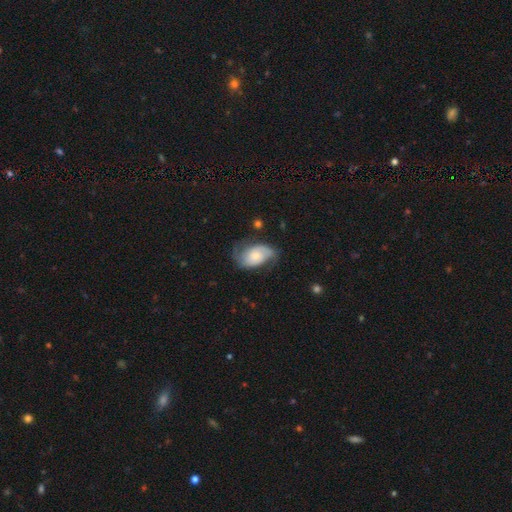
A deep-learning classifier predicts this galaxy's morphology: Smooth or featured: featured or disk — 64% (smooth — 30%)
Edge-on disk: no — 96% (yes — 4%)
Bar: no — 73% (weak — 22%)
Spiral arms: yes — 88% (no — 12%)
Spiral winding: medium — 39% (loose — 35%)
Spiral arm count: 2 — 80% (can't tell — 11%)
Bulge size: small — 46% (moderate — 44%)
Merging: none — 55% (minor disturbance — 27%)